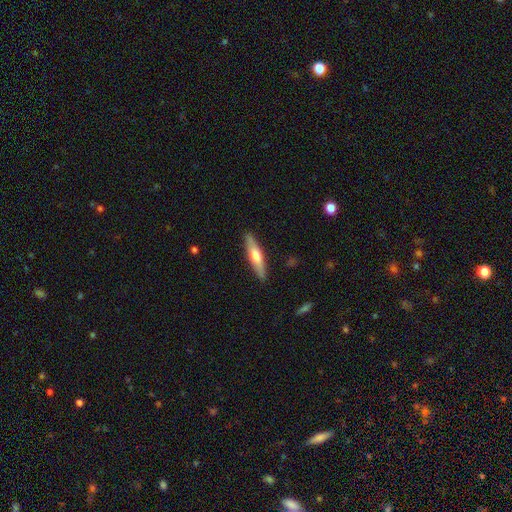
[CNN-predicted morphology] Smooth or featured? smooth (55%)
How rounded? cigar-shaped (79%)
Merging? none (89%)